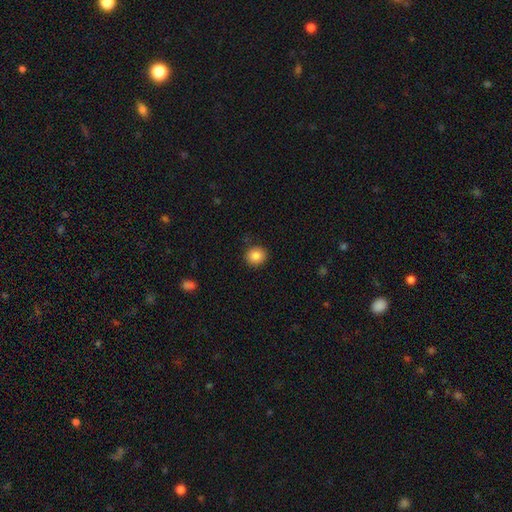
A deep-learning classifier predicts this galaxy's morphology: smooth_or_featured: smooth (p=0.86) [alt: star or artifact p=0.09]
how_rounded: round (p=0.85) [alt: in between p=0.14]
merging: none (p=0.88) [alt: minor disturbance p=0.08]